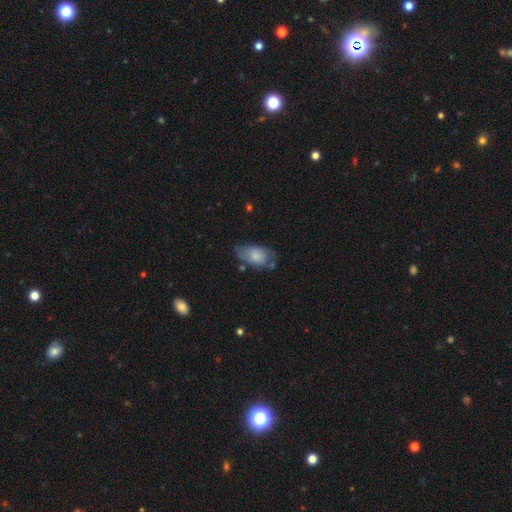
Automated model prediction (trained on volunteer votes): The model was most divided on "merging": none: 51%, minor disturbance: 32%, major disturbance: 11%, merger: 6%. More confident: how rounded — in between (92%); smooth or featured — smooth (71%).